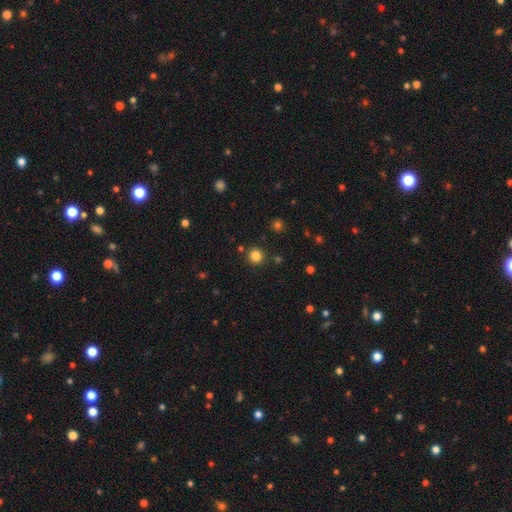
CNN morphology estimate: A smooth galaxy with no disk features (82%) that is round (94%). Merging: none (89%).